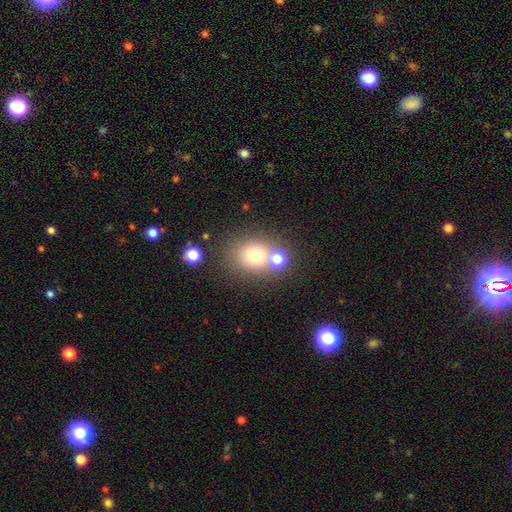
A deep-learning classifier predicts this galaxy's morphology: Smooth or featured?
  - smooth: 70% *
  - star or artifact: 16%
  - featured or disk: 14%
How rounded?
  - round: 71% *
  - in between: 28%
  - cigar-shaped: 1%
Merging?
  - none: 58% *
  - merger: 27%
  - minor disturbance: 10%
  - major disturbance: 5%